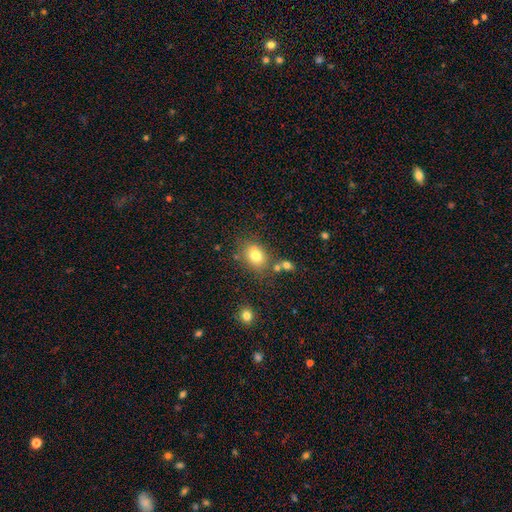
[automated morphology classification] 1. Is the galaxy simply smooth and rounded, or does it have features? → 77% smooth, 12% featured or disk, 11% star or artifact.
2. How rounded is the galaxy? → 59% in between, 39% round, 1% cigar-shaped.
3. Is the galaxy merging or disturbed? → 70% none, 15% minor disturbance, 11% merger, 5% major disturbance.